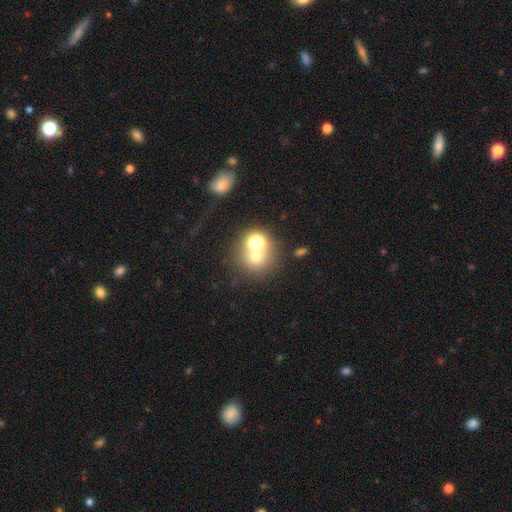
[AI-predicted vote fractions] The model was most divided on "merging": none: 53%, merger: 33%, minor disturbance: 8%, major disturbance: 6%. More confident: how rounded — round (84%); smooth or featured — smooth (62%).